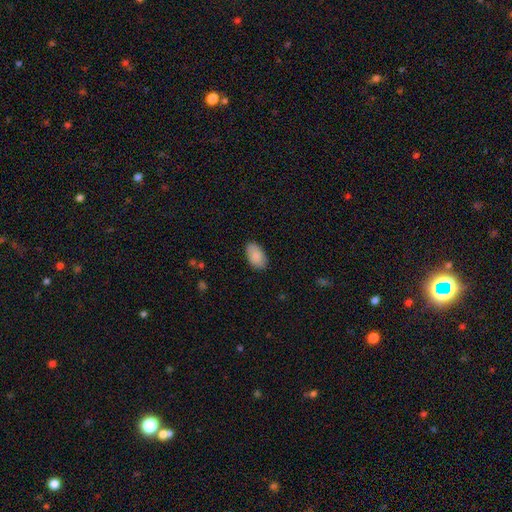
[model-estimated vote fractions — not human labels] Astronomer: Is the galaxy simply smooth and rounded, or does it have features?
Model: smooth — 89%.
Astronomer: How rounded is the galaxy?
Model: in between — 94%.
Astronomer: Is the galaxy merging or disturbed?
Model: none — 84%.